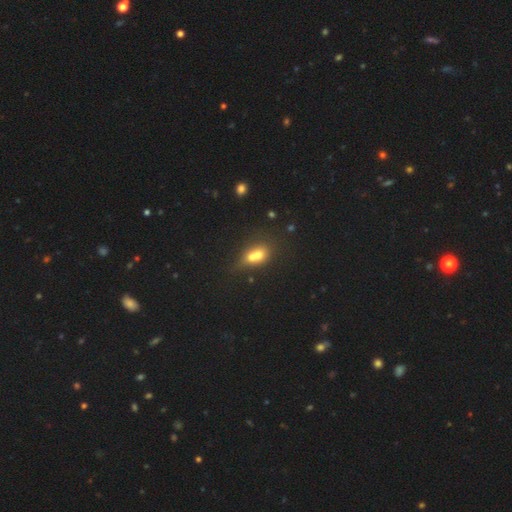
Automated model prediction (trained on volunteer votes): Smooth or featured?
  - smooth: 63% *
  - featured or disk: 25%
  - star or artifact: 12%
How rounded?
  - in between: 53% *
  - round: 43%
  - cigar-shaped: 4%
Merging?
  - merger: 70% *
  - none: 19%
  - minor disturbance: 7%
  - major disturbance: 4%